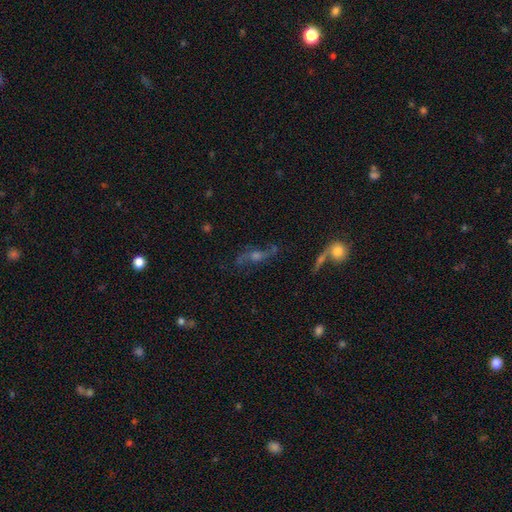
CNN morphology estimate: Smooth or featured? Predicted: featured or disk (p=0.68). Edge-on disk? Predicted: no (p=0.80). Bar? Predicted: no (p=0.58). Spiral arms? Predicted: yes (p=0.87). Bulge size? Predicted: moderate (p=0.50). Merging? Predicted: none (p=0.60).